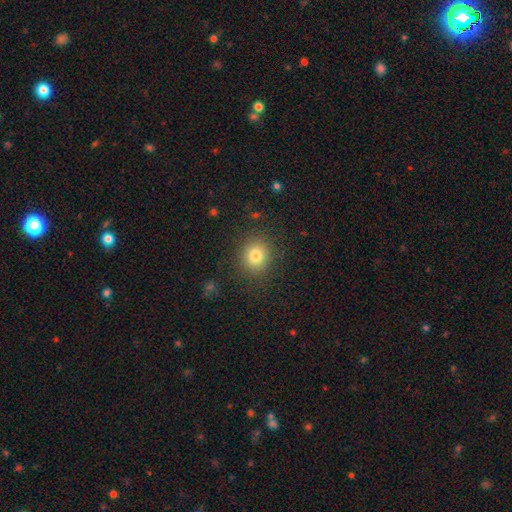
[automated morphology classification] The model was most divided on "how rounded": round: 82%, in between: 17%, cigar-shaped: 1%. More confident: merging — none (87%); smooth or featured — smooth (80%).